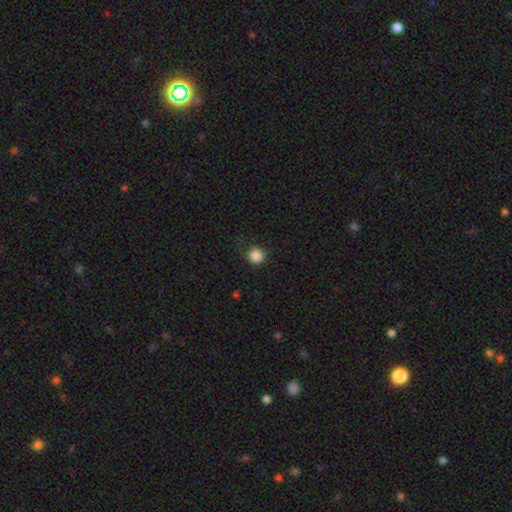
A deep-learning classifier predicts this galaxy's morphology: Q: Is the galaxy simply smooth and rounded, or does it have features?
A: smooth — 86%.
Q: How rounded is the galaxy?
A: round — 93%.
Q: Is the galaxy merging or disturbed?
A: none — 87%.